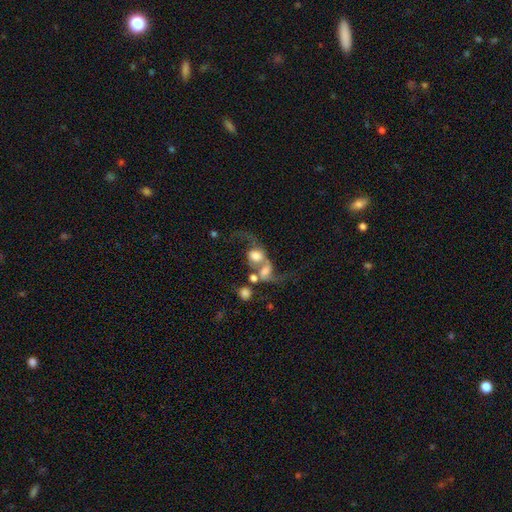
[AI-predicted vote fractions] Morphology: type=featured or disk (55%); edge-on=no (96%); bar=no (66%); spiral arms=yes (70%); bulge=large (34%); merging=merger (68%).